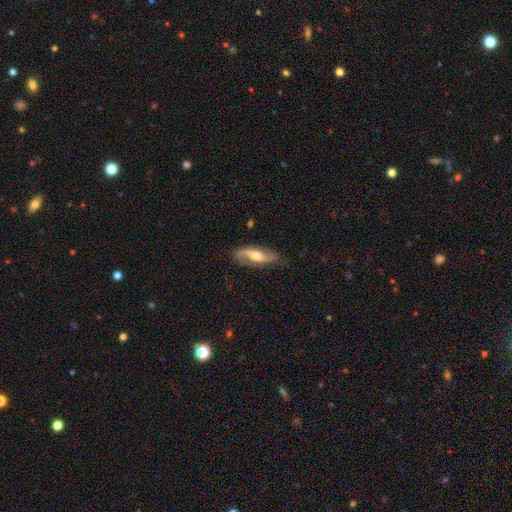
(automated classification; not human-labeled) smooth-or-featured: featured or disk: 65% | smooth: 29% | star or artifact: 6%
  disk-edge-on: no: 80% | yes: 20%
    bar: no: 46% | weak: 38% | strong: 16%
    has-spiral-arms: yes: 88% | no: 12%
    bulge-size: moderate: 66% | small: 17% | large: 14% | none: 2% | dominant: 1%
  merging: none: 71% | minor disturbance: 21% | major disturbance: 7% | merger: 2%